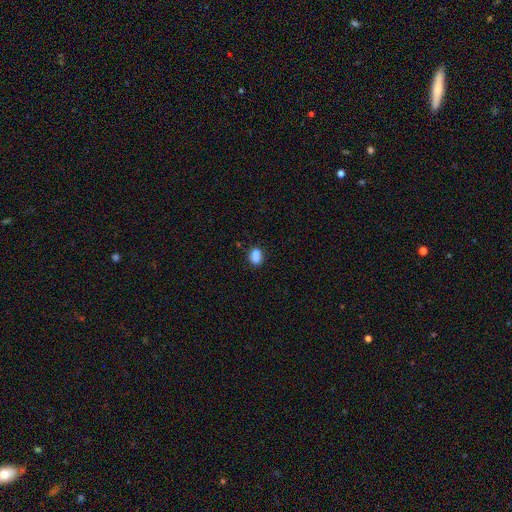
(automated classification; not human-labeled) Smooth or featured? smooth (82%)
How rounded? in between (63%)
Merging? none (59%)